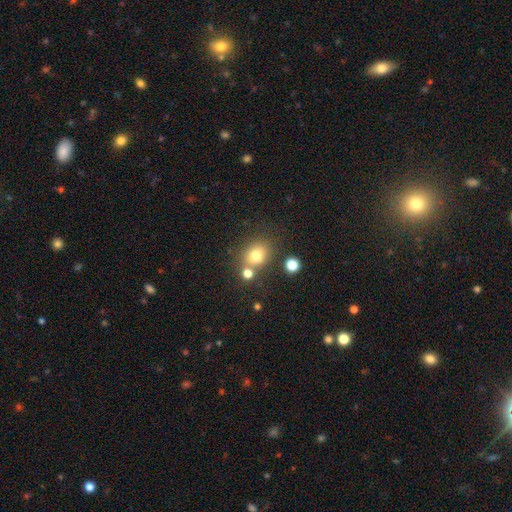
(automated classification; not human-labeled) This appears to be a smooth galaxy with no disk features (75%) that is round (62%). Merging: none (62%).